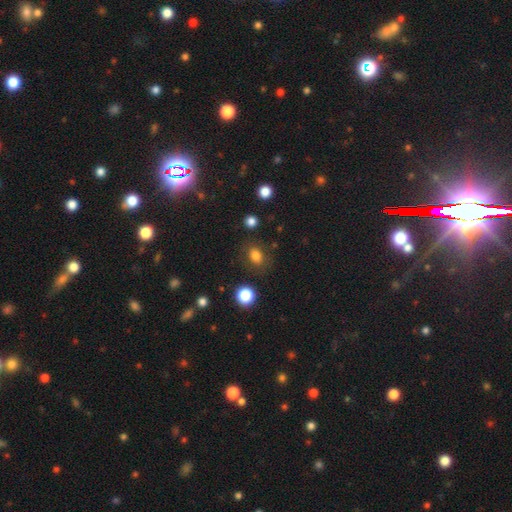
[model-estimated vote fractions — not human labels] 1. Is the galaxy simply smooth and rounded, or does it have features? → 79% smooth, 13% star or artifact, 8% featured or disk.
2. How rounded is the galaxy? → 55% in between, 44% round, 1% cigar-shaped.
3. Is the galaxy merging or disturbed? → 79% none, 12% minor disturbance, 5% major disturbance, 3% merger.